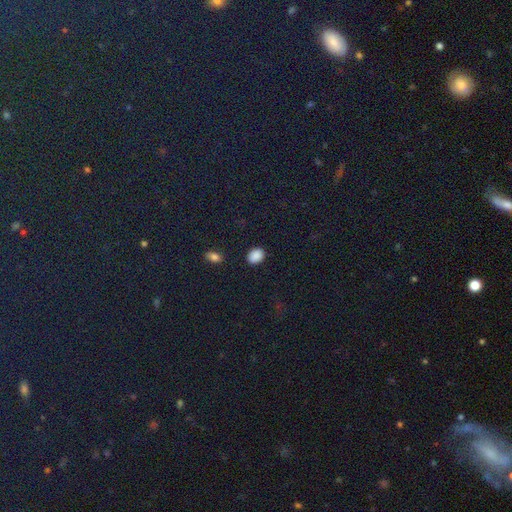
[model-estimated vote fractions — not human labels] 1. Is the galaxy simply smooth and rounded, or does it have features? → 88% smooth, 9% star or artifact, 3% featured or disk.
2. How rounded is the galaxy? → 68% in between, 31% round, 1% cigar-shaped.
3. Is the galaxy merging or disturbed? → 88% none, 8% minor disturbance, 2% major disturbance, 2% merger.